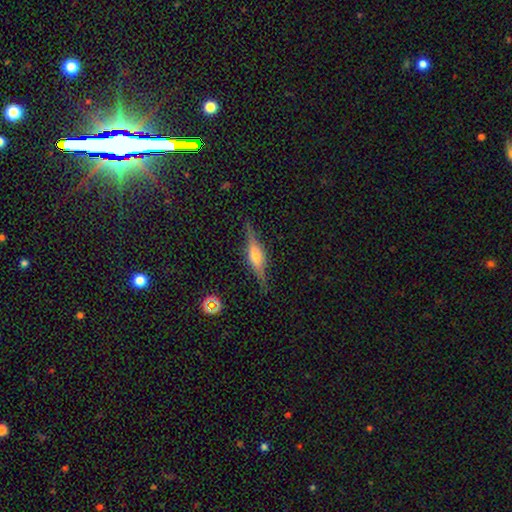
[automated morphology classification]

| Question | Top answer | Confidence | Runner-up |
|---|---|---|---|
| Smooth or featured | featured or disk | 68% | smooth (24%) |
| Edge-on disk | yes | 95% | no (5%) |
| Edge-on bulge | rounded | 86% | boxy (11%) |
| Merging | none | 85% | minor disturbance (11%) |